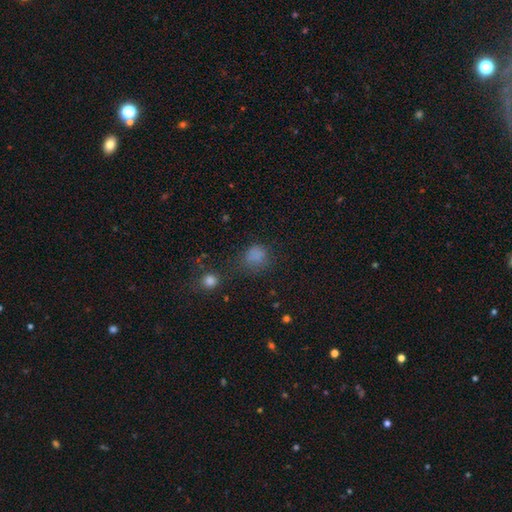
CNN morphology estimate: Smooth or featured? Predicted: smooth (p=0.73). How rounded? Predicted: round (p=0.71). Merging? Predicted: none (p=0.58).